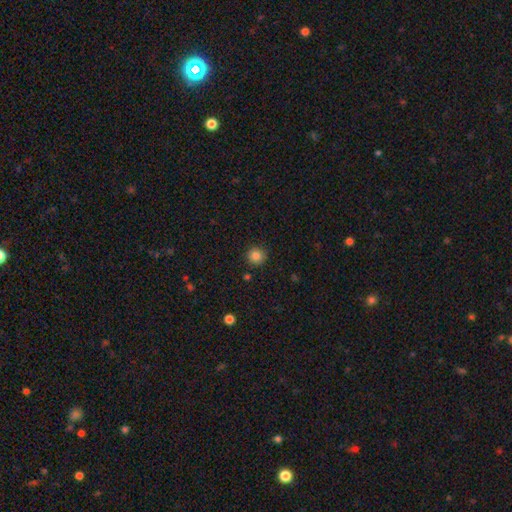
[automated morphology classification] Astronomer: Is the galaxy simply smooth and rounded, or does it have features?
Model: smooth — 84%.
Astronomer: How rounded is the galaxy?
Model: round — 94%.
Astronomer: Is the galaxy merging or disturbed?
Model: none — 90%.